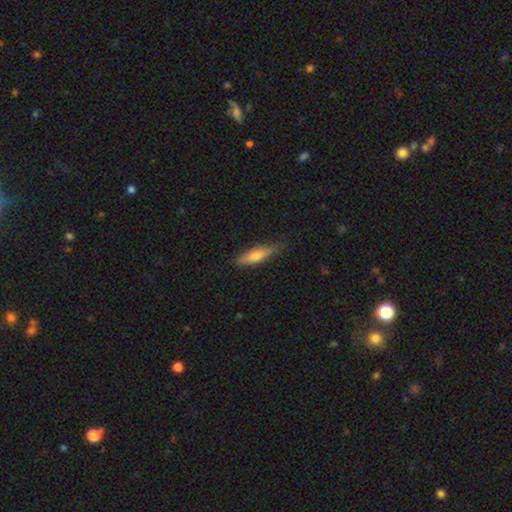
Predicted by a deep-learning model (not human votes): smooth-or-featured: smooth: 59% | featured or disk: 35% | star or artifact: 6%
  how-rounded: cigar-shaped: 71% | in between: 27% | round: 2%
  merging: none: 79% | minor disturbance: 17% | major disturbance: 3% | merger: 1%